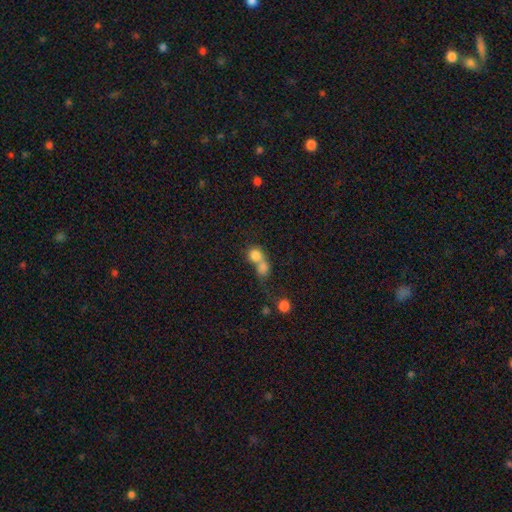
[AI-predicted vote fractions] smooth 79%, featured or disk 11%, star or artifact 10%. Down the decision tree: how rounded — round (77%); merging — merger (67%).